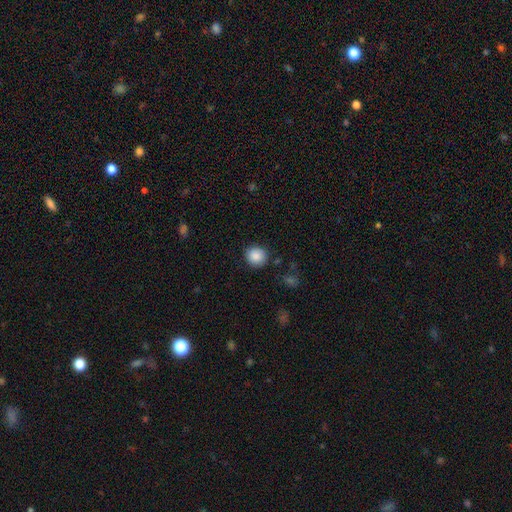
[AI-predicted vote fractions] Smooth or featured? smooth (88%)
How rounded? round (91%)
Merging? none (88%)